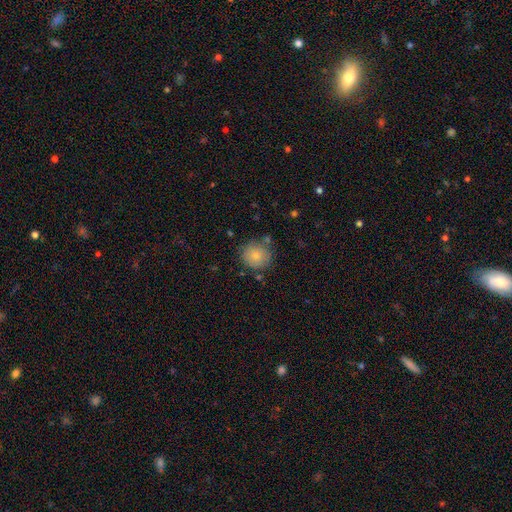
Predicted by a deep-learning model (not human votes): Smooth or featured?
  - smooth: 81% *
  - featured or disk: 11%
  - star or artifact: 8%
How rounded?
  - round: 91% *
  - in between: 8%
  - cigar-shaped: 1%
Merging?
  - none: 78% *
  - minor disturbance: 14%
  - merger: 5%
  - major disturbance: 4%